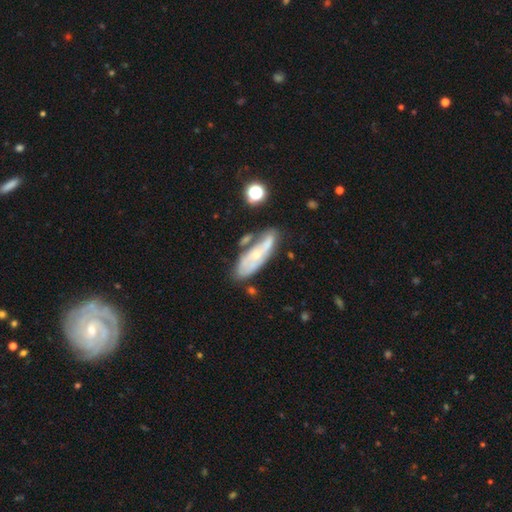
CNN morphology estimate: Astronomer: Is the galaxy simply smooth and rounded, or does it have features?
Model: featured or disk — 58% (runner-up: smooth, 35%).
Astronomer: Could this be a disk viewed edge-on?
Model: no — 76%.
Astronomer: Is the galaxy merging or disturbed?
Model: none — 50%.